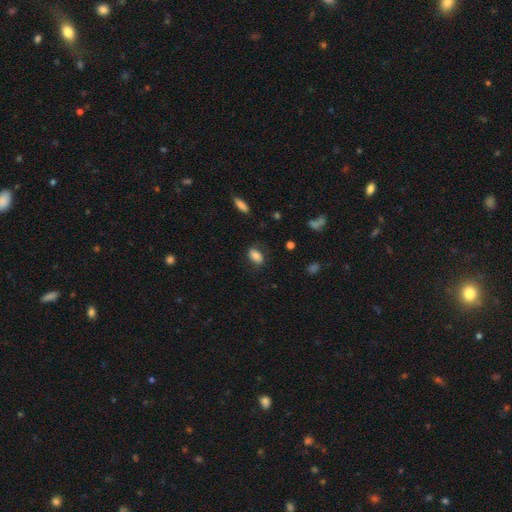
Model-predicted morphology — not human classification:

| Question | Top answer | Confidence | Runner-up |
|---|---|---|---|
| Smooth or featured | smooth | 83% | star or artifact (8%) |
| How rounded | in between | 87% | round (10%) |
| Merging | none | 78% | minor disturbance (16%) |